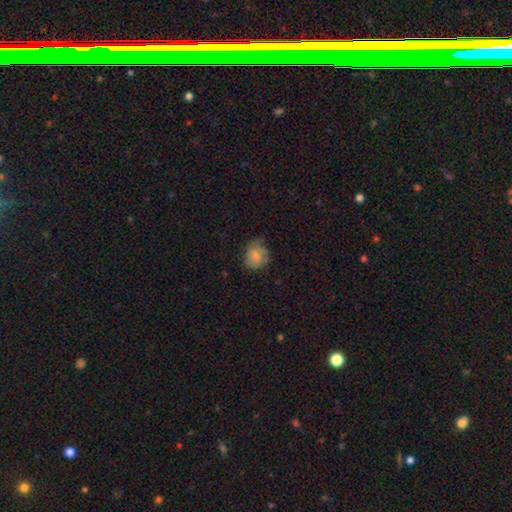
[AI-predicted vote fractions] Morphology: type=smooth (73%); roundness=round (74%); merging=none (57%).